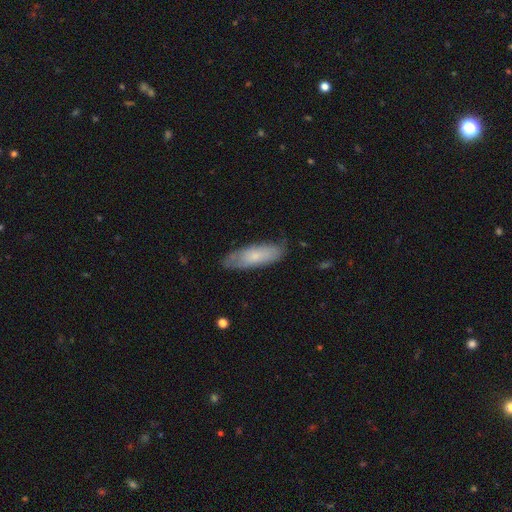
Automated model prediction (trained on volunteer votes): Overall: smooth (63%; featured or disk 31%). How rounded: in between (60%; cigar-shaped 39%). Merging: none (70%).